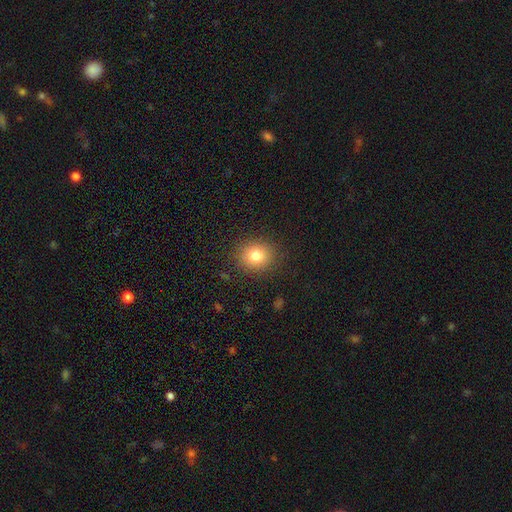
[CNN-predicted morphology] smooth_or_featured: smooth (p=0.80) [alt: star or artifact p=0.11]
how_rounded: round (p=0.75) [alt: in between p=0.24]
merging: none (p=0.87) [alt: minor disturbance p=0.09]